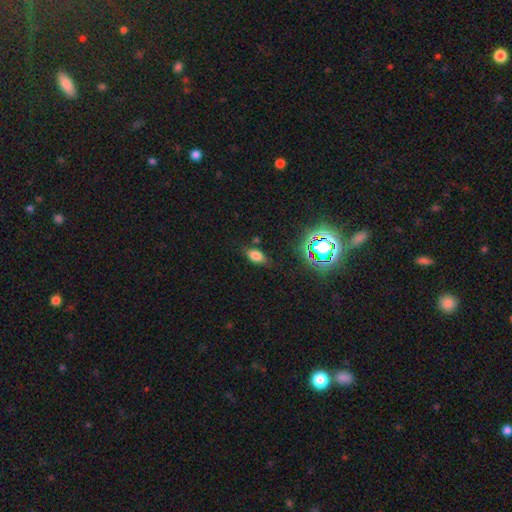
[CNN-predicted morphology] This appears to be a smooth galaxy with no disk features (71%) that is in between round and cigar-shaped (86%). Merging: none (77%).